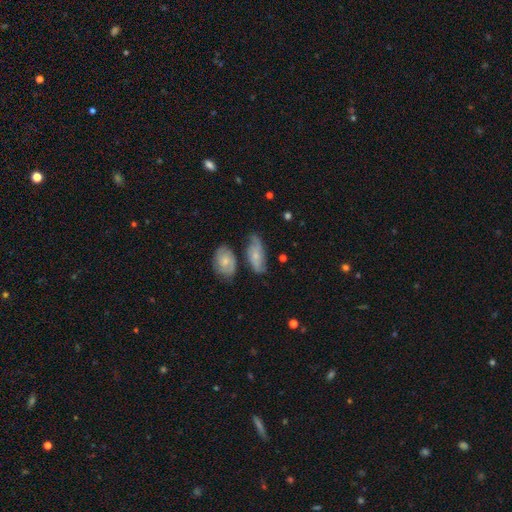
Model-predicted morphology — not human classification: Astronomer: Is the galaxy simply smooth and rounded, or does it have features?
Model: featured or disk — 58% (runner-up: smooth, 34%).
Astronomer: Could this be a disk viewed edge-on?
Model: no — 91%.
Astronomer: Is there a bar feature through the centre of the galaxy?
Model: no — 69%.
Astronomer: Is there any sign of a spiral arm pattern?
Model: yes — 86%.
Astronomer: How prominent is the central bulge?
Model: small — 68%.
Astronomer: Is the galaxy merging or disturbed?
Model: none — 53%.